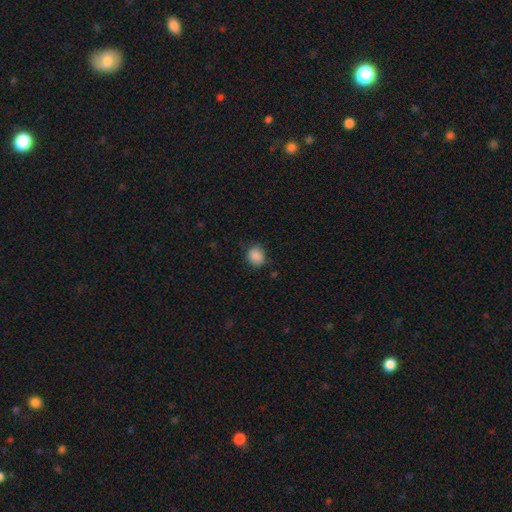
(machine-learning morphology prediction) A smooth galaxy with no disk features (88%) that is round (68%). Merging: none (79%).